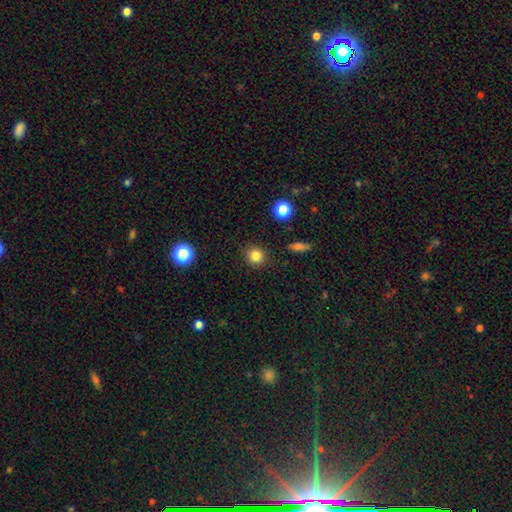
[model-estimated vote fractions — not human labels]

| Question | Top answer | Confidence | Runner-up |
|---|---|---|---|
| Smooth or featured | smooth | 82% | star or artifact (12%) |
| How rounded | round | 91% | in between (8%) |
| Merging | none | 90% | minor disturbance (6%) |